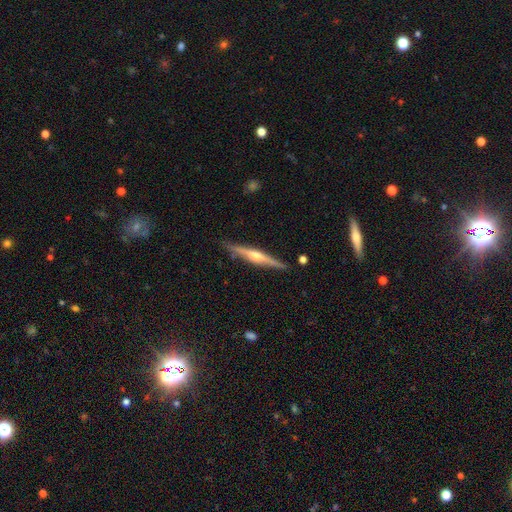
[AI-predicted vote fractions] featured or disk 77%, smooth 18%, star or artifact 5%. Down the decision tree: edge-on disk — yes (98%); edge-on bulge — rounded (87%); merging — none (89%).